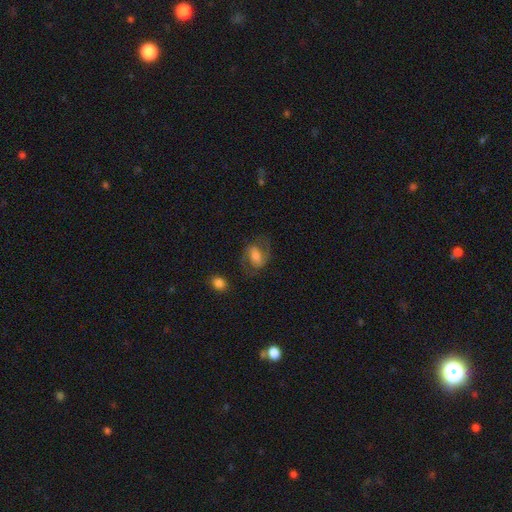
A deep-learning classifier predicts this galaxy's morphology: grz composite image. It shows a featured or disk galaxy (62%) with a weak bar (42%), 2 (89%) medium (52%) spiral arms (89%) and a moderate central bulge (44%). Merging: none (68%).